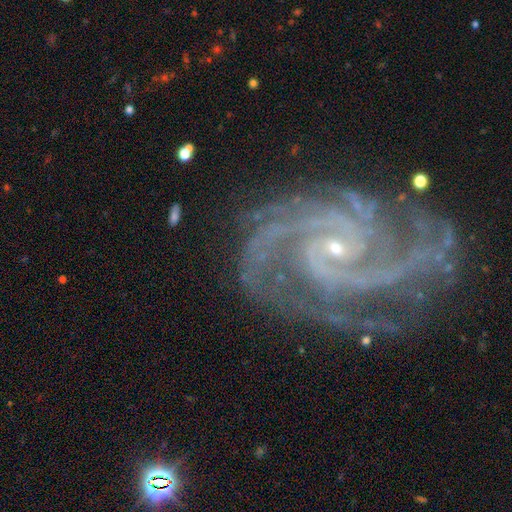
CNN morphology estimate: The model was most divided on "spiral arm count": 2: 26%, 3: 25%, 4: 17%, can't tell: 12%, more than 4: 10%, 1: 9%. More confident: spiral arms — yes (99%); edge-on disk — no (98%); smooth or featured — featured or disk (91%); bulge size — small (82%); merging — none (69%); spiral winding — tight (61%); bar — no (55%).